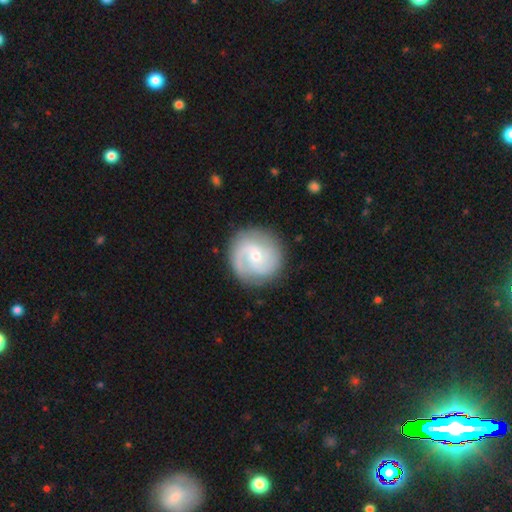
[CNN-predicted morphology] smooth_or_featured: featured or disk (p=0.80) [alt: smooth p=0.14]
disk_edge_on: no (p=0.98) [alt: yes p=0.02]
bar: no (p=0.60) [alt: weak p=0.34]
has_spiral_arms: yes (p=0.95) [alt: no p=0.05]
spiral_winding: tight (p=0.44) [alt: medium p=0.42]
spiral_arm_count: 2 (p=0.62) [alt: can't tell p=0.13]
bulge_size: small (p=0.66) [alt: moderate p=0.31]
merging: none (p=0.85) [alt: minor disturbance p=0.11]